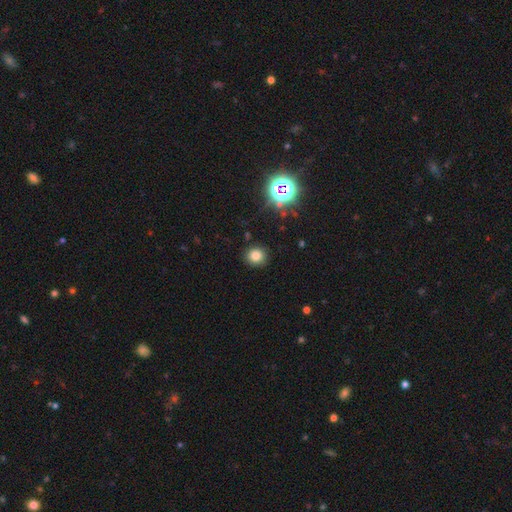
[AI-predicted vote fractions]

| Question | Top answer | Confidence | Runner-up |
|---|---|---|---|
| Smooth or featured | smooth | 78% | star or artifact (16%) |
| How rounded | round | 86% | in between (13%) |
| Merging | none | 89% | minor disturbance (7%) |